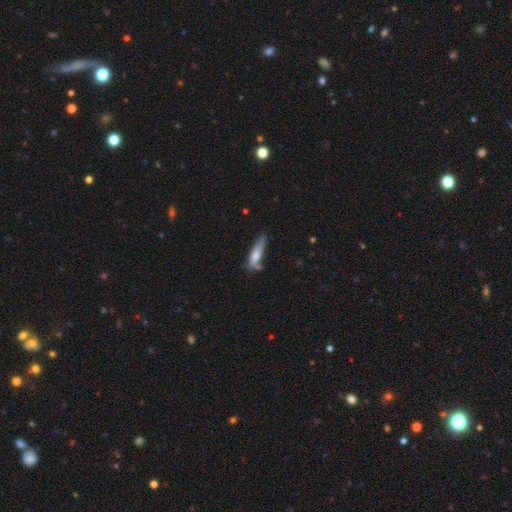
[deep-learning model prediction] Overall: smooth (66%; featured or disk 27%). How rounded: cigar-shaped (70%). Merging: none (45%; minor disturbance 30%).